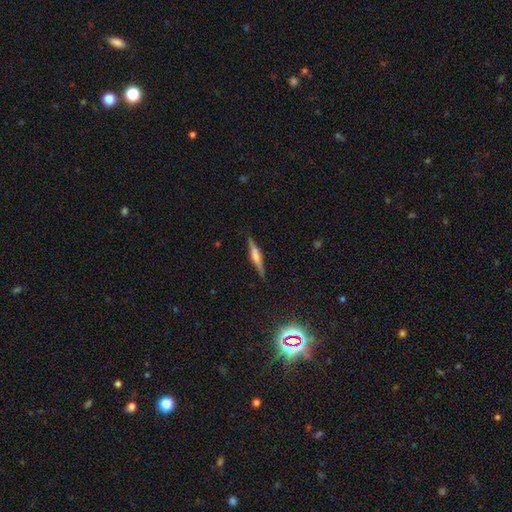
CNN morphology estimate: This is likely a featured or disk galaxy (63%). It is clearly viewed edge-on (97%). Edge-on bulge: likely rounded (68%). Merging: clearly none (88%).